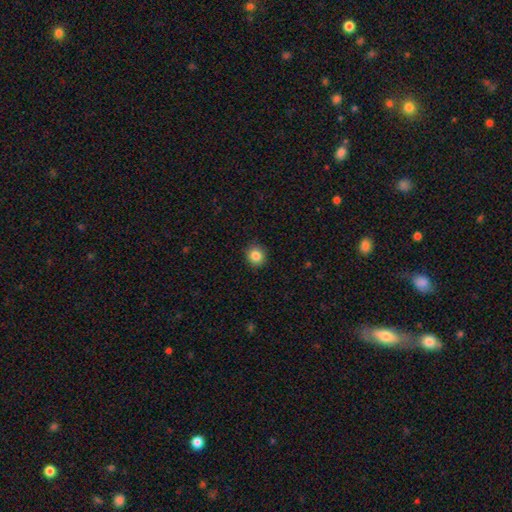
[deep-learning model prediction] smooth_or_featured: smooth (p=0.85) [alt: star or artifact p=0.10]
how_rounded: round (p=0.87) [alt: in between p=0.12]
merging: none (p=0.91) [alt: minor disturbance p=0.06]